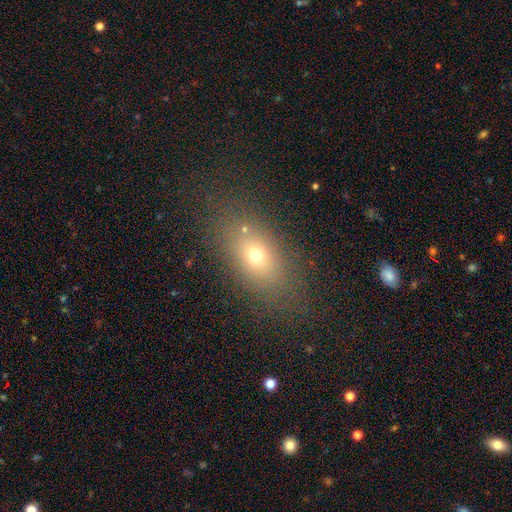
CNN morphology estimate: The model was most divided on "smooth or featured": smooth: 66%, star or artifact: 17%, featured or disk: 17%. More confident: merging — none (79%); how rounded — in between (75%).